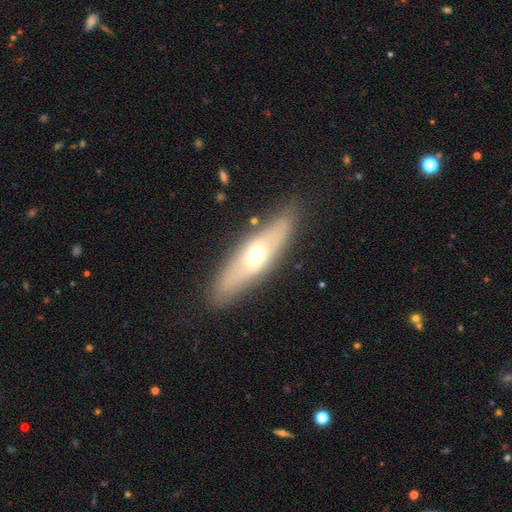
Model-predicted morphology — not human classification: Overall: featured or disk (49%; smooth 45%). Merging: none (84%).